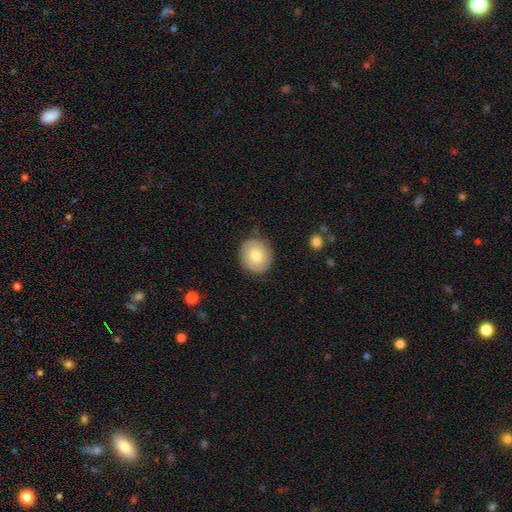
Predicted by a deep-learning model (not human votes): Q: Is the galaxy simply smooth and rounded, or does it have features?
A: smooth — 75%.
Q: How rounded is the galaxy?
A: round — 84%.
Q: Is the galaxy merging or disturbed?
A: none — 86%.